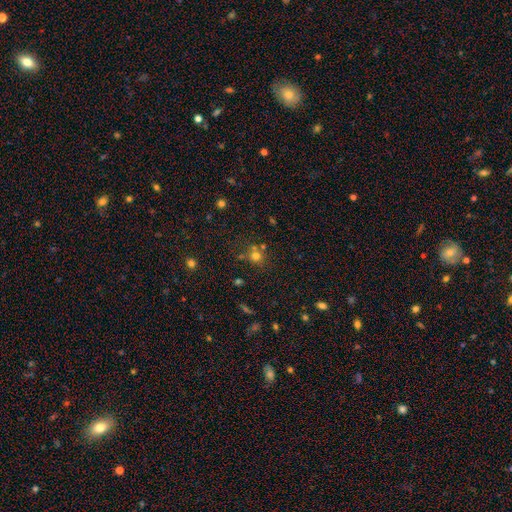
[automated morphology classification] Smooth or featured? smooth (68%)
How rounded? round (86%)
Merging? none (62%)